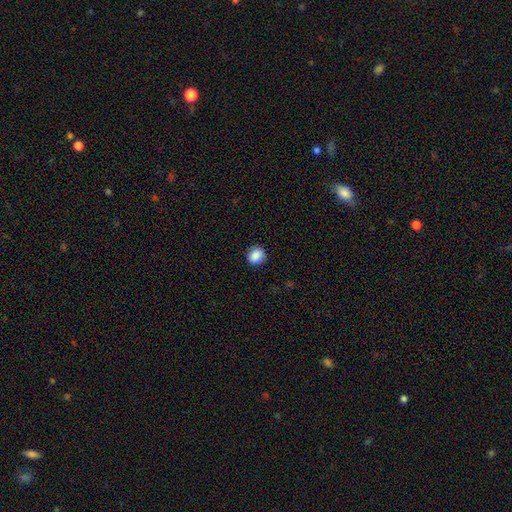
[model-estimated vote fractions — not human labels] The model was most divided on "how rounded": round: 79%, in between: 20%, cigar-shaped: 1%. More confident: merging — none (90%); smooth or featured — smooth (88%).